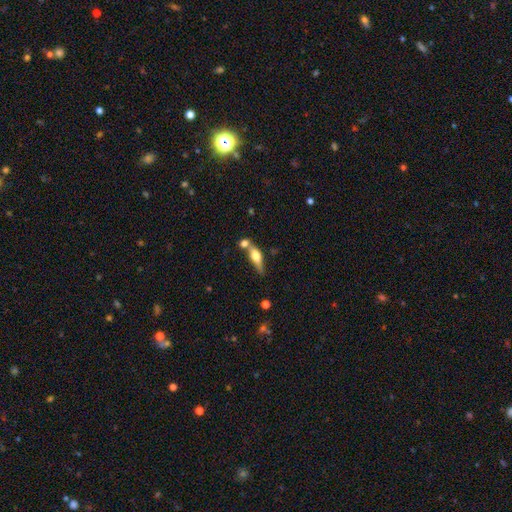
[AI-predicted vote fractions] This appears to be a smooth galaxy with no disk features (51%) that is in between round and cigar-shaped (48%). Merging: none (42%).